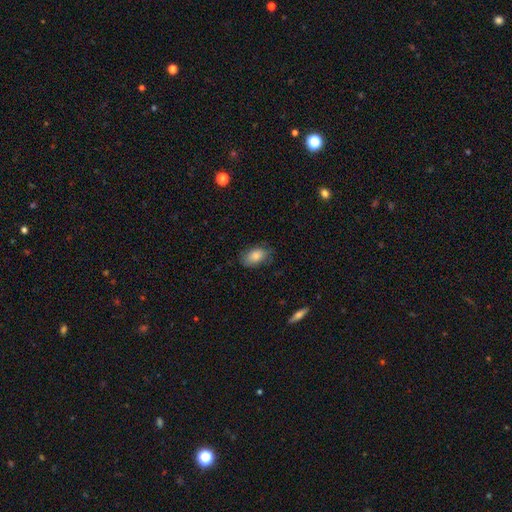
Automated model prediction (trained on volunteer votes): The model was most divided on "merging": none: 74%, minor disturbance: 20%, major disturbance: 5%, merger: 1%. More confident: how rounded — in between (90%); smooth or featured — smooth (82%).